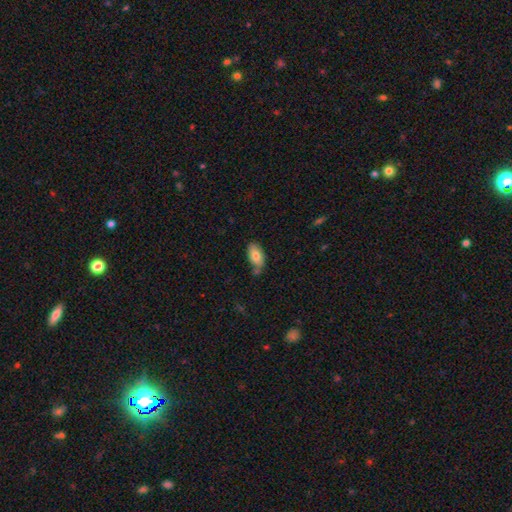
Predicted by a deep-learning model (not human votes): Smooth or featured: smooth — 79% (featured or disk — 15%)
How rounded: in between — 93% (cigar-shaped — 4%)
Merging: none — 63% (minor disturbance — 23%)